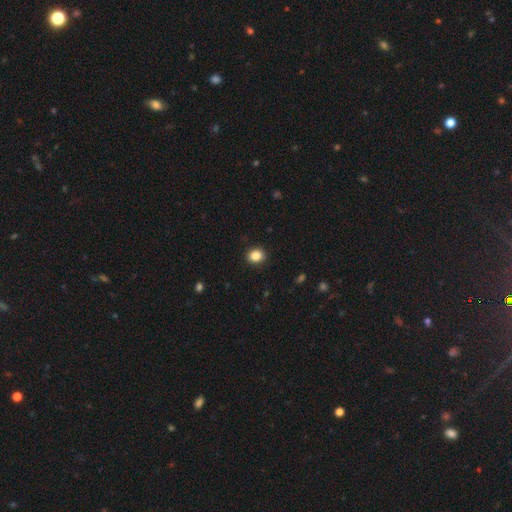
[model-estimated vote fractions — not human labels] Smooth or featured? smooth (86%)
How rounded? round (71%)
Merging? none (91%)